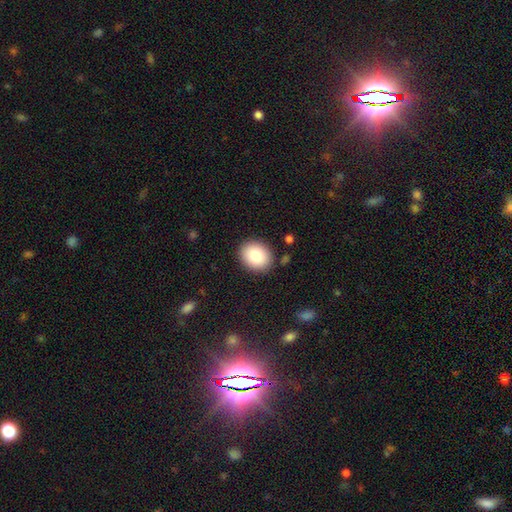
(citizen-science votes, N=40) smooth 80%, featured or disk 15%, star or artifact 5%. Down the decision tree: how rounded — round (66%); merging — none (89%).